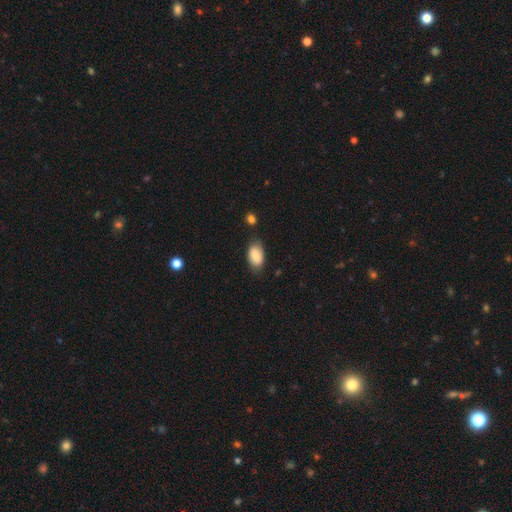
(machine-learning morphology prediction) smooth-or-featured: smooth: 85% | featured or disk: 8% | star or artifact: 7%
  how-rounded: in between: 92% | round: 6% | cigar-shaped: 2%
  merging: none: 74% | minor disturbance: 19% | major disturbance: 4% | merger: 3%